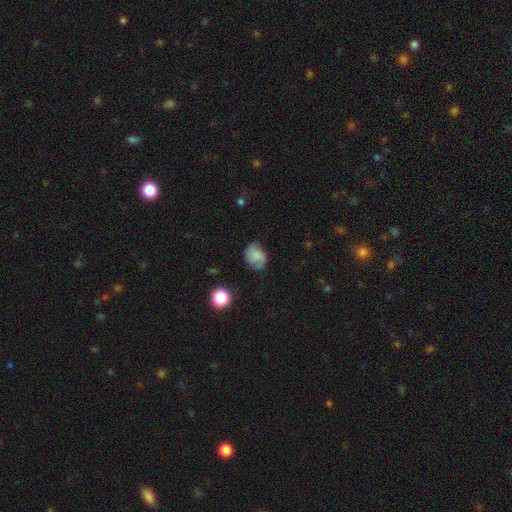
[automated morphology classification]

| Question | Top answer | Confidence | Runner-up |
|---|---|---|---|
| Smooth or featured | smooth | 66% | featured or disk (24%) |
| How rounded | round | 54% | in between (45%) |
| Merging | none | 65% | minor disturbance (25%) |